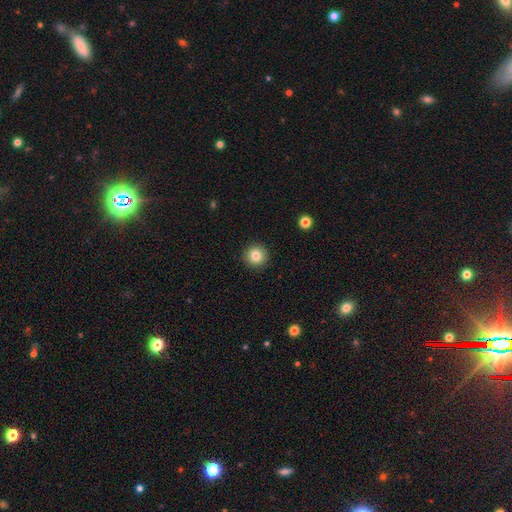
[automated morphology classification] Overall: smooth (82%). How rounded: round (95%). Merging: none (93%).